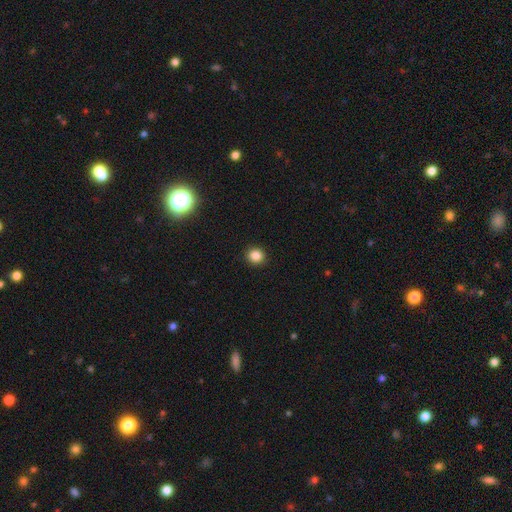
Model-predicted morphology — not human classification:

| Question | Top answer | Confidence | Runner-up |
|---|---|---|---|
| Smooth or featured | smooth | 85% | star or artifact (11%) |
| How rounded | round | 88% | in between (11%) |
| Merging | none | 93% | minor disturbance (5%) |